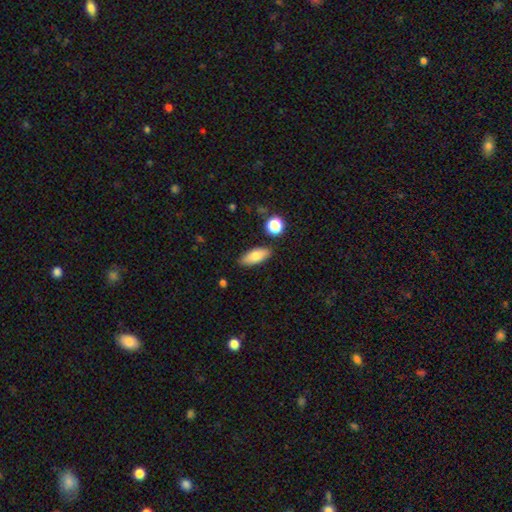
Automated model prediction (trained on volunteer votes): A smooth galaxy with no disk features (78%) that is in between round and cigar-shaped (80%). Merging: none (86%).